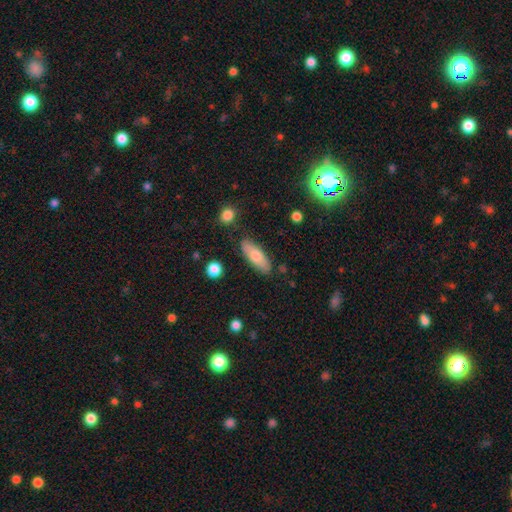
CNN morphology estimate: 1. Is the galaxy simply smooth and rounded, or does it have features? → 70% smooth, 23% featured or disk, 7% star or artifact.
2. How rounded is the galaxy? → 65% in between, 32% cigar-shaped, 3% round.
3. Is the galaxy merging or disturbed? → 83% none, 12% minor disturbance, 3% merger, 3% major disturbance.